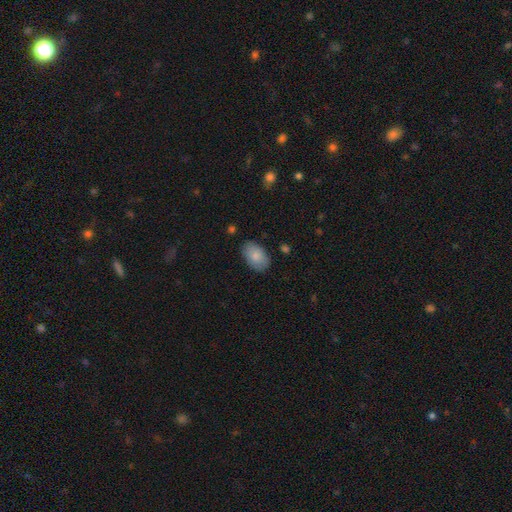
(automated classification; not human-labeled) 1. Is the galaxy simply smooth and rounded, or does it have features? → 86% smooth, 8% featured or disk, 6% star or artifact.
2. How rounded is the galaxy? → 90% in between, 9% round, 1% cigar-shaped.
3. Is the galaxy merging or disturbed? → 83% none, 12% minor disturbance, 3% major disturbance, 1% merger.